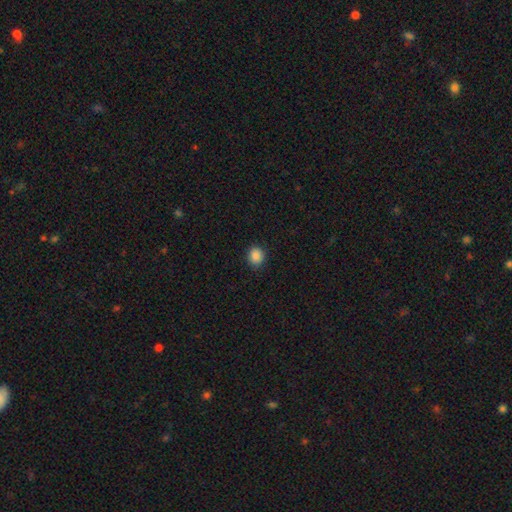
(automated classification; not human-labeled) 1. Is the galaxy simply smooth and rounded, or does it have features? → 87% smooth, 10% star or artifact, 3% featured or disk.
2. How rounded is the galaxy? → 75% round, 24% in between, 1% cigar-shaped.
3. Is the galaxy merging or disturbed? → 89% none, 8% minor disturbance, 2% major disturbance, 1% merger.